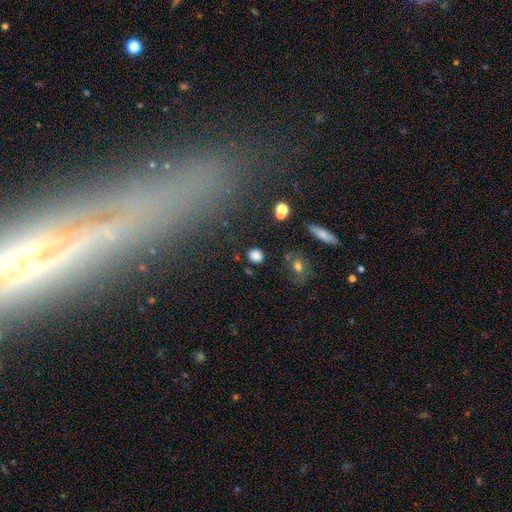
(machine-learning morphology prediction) smooth-or-featured: smooth: 83% | star or artifact: 12% | featured or disk: 5%
  how-rounded: round: 83% | in between: 15% | cigar-shaped: 2%
  merging: none: 84% | minor disturbance: 9% | major disturbance: 3% | merger: 3%